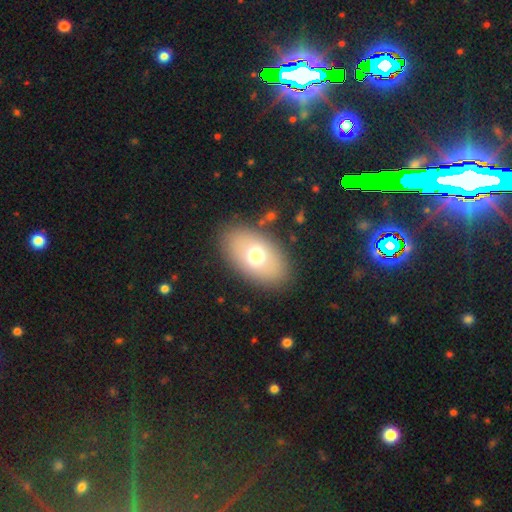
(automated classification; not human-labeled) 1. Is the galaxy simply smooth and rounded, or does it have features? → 67% smooth, 24% featured or disk, 10% star or artifact.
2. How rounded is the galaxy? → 88% in between, 10% round, 2% cigar-shaped.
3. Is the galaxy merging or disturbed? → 85% none, 9% minor disturbance, 4% major disturbance, 2% merger.